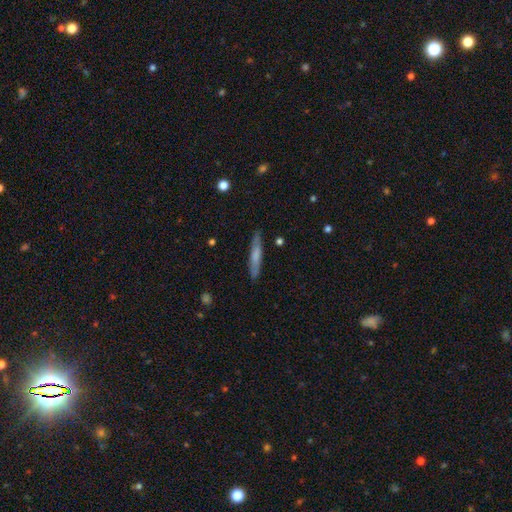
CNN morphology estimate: Smooth or featured? Predicted: smooth (p=0.62). How rounded? Predicted: cigar-shaped (p=0.92). Merging? Predicted: none (p=0.86).